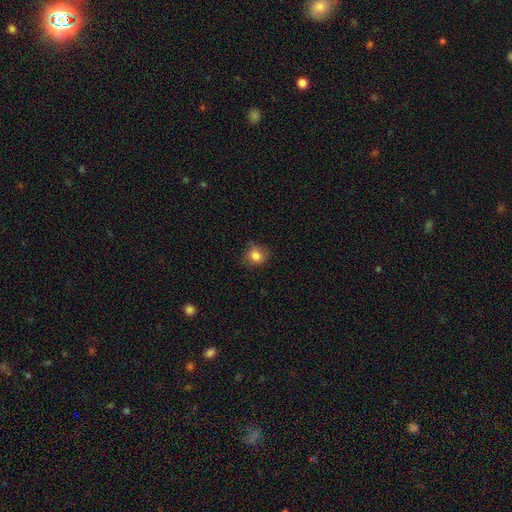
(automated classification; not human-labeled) Smooth or featured?
  - smooth: 84% *
  - star or artifact: 10%
  - featured or disk: 6%
How rounded?
  - round: 76% *
  - in between: 23%
  - cigar-shaped: 1%
Merging?
  - none: 77% *
  - minor disturbance: 18%
  - major disturbance: 4%
  - merger: 1%